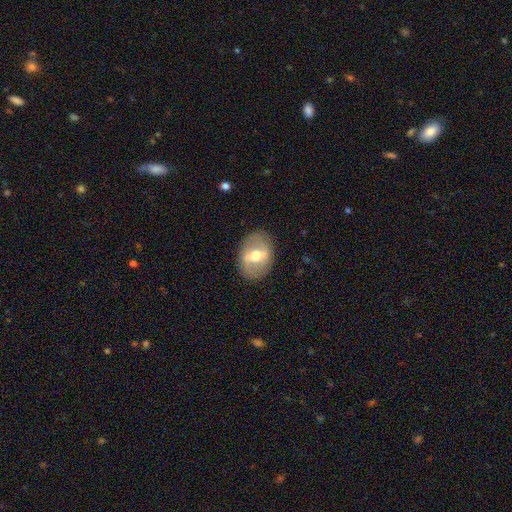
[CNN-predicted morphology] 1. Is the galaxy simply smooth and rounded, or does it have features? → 56% featured or disk, 37% smooth, 7% star or artifact.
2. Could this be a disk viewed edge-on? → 89% no, 11% yes.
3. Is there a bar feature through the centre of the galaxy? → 49% strong, 37% weak, 14% no.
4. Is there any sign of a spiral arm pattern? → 73% no, 27% yes.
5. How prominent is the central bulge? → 68% moderate, 19% large, 11% small, 2% dominant, 1% none.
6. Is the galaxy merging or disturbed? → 84% none, 11% minor disturbance, 4% major disturbance, 1% merger.